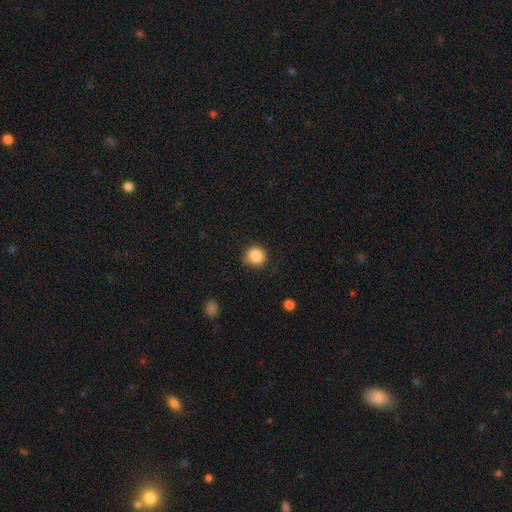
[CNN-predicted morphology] Smooth or featured: smooth — 86% (star or artifact — 10%)
How rounded: round — 87% (in between — 12%)
Merging: none — 78% (minor disturbance — 17%)